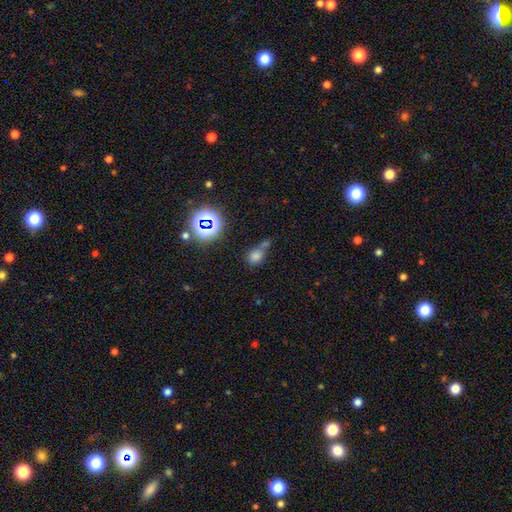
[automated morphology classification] Q: Smooth or featured?
A: smooth (66%); runner-up: star or artifact (23%)
Q: How rounded?
A: round (51%); runner-up: in between (47%)
Q: Merging?
A: none (39%); runner-up: merger (38%)